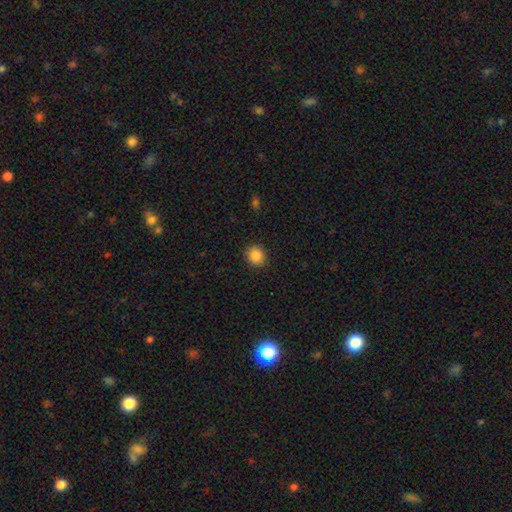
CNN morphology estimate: This appears to be a smooth galaxy with no disk features (87%) that is round (85%). Merging: none (90%).